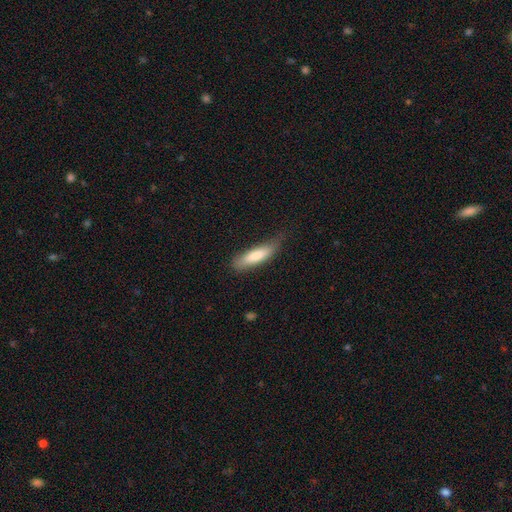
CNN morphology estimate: Overall: smooth (79%). How rounded: cigar-shaped (64%; in between 35%). Merging: none (65%; minor disturbance 27%).